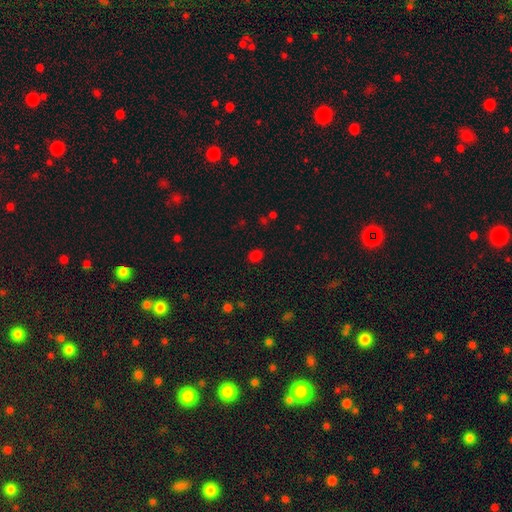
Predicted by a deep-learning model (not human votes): smooth-or-featured: smooth: 76% | star or artifact: 20% | featured or disk: 4%
  how-rounded: round: 56% | in between: 43% | cigar-shaped: 1%
  merging: none: 86% | minor disturbance: 9% | major disturbance: 3% | merger: 2%